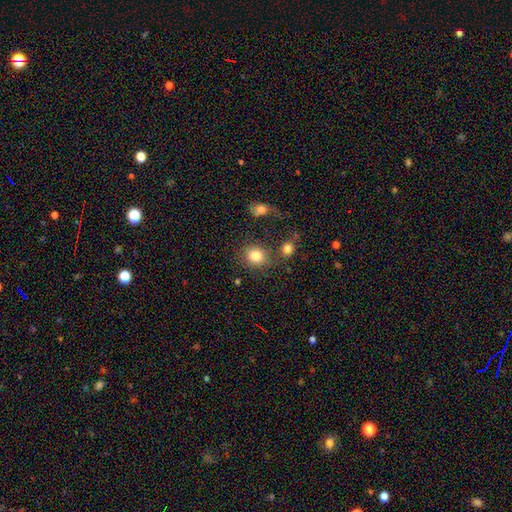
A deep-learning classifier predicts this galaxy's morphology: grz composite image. It shows a smooth galaxy with no disk features (83%) that is round (81%). Merging: none (68%).